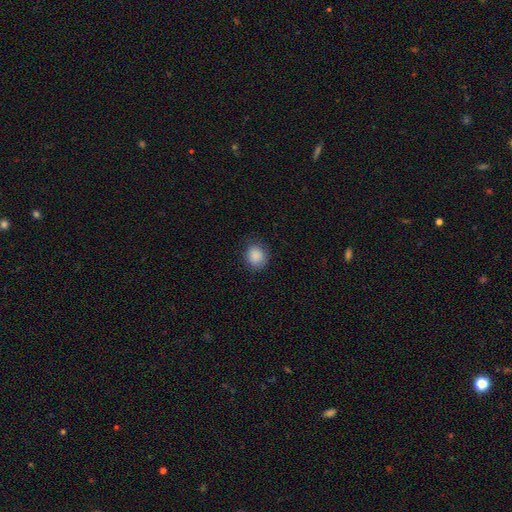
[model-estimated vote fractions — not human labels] Q: Smooth or featured?
A: smooth (88%); runner-up: star or artifact (8%)
Q: How rounded?
A: round (76%); runner-up: in between (23%)
Q: Merging?
A: none (83%); runner-up: minor disturbance (12%)